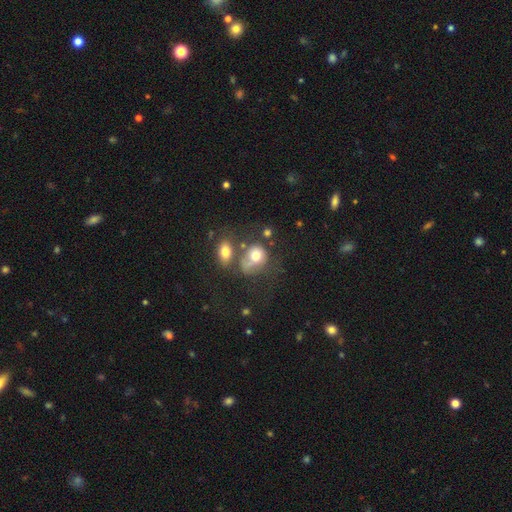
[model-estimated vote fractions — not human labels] Overall: smooth (70%). How rounded: round (52%; in between 46%). Merging: merger (34%; none 28%).